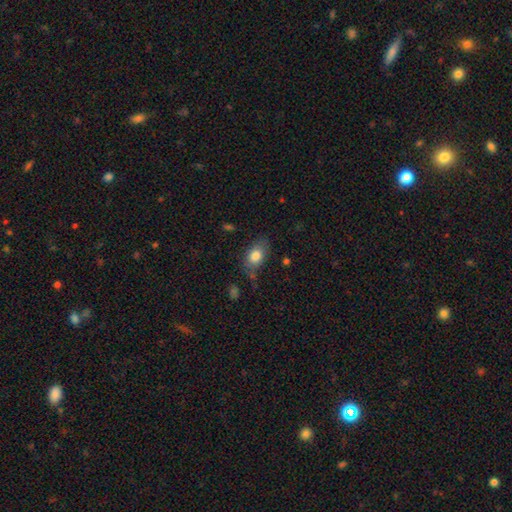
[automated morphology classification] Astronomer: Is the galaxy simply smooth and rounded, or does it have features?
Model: smooth — 80%.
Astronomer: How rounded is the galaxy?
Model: in between — 84%.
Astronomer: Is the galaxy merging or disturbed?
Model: none — 69%.